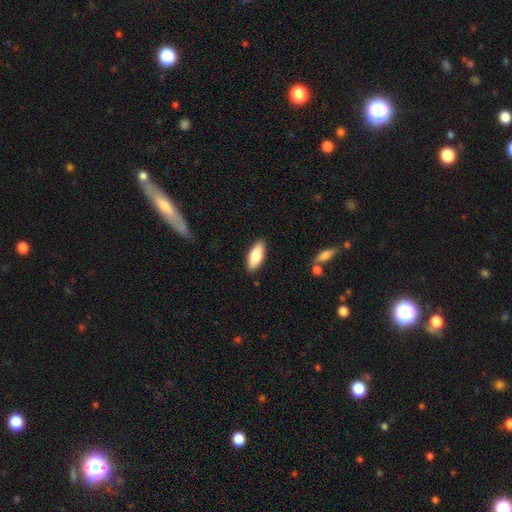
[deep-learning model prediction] Q: Smooth or featured?
A: smooth (79%); runner-up: featured or disk (15%)
Q: How rounded?
A: in between (80%); runner-up: cigar-shaped (18%)
Q: Merging?
A: none (89%); runner-up: minor disturbance (8%)